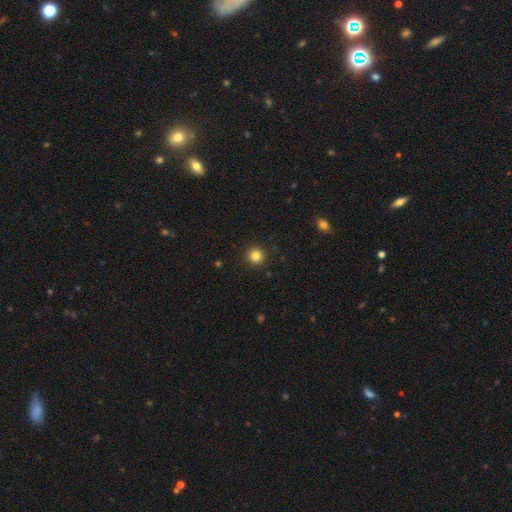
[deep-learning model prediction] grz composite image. It shows a smooth galaxy with no disk features (83%) that is round (93%). Merging: none (92%).